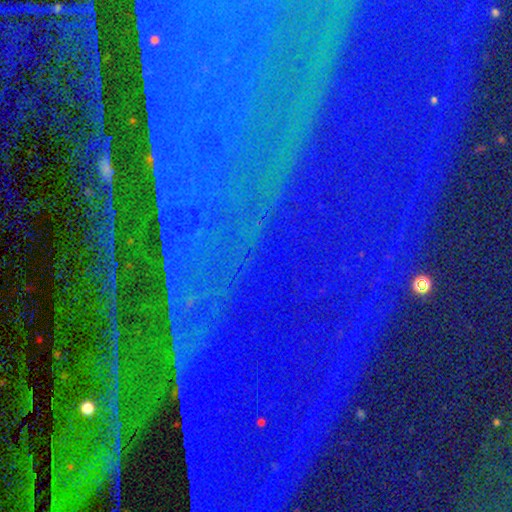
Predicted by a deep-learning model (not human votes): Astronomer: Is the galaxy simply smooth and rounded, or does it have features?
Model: star or artifact — 89%.